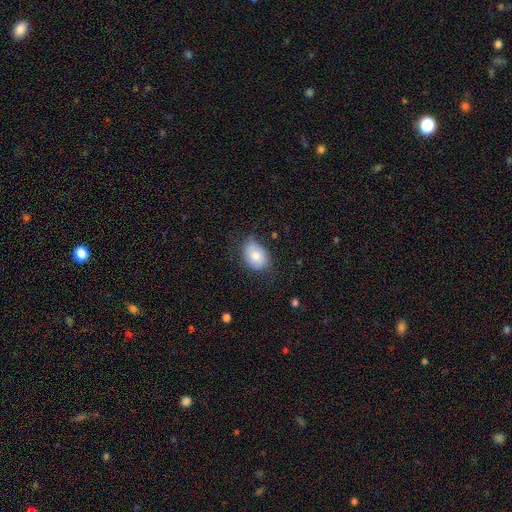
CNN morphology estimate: A smooth galaxy with no disk features (79%) that is in between round and cigar-shaped (80%). Merging: none (66%).